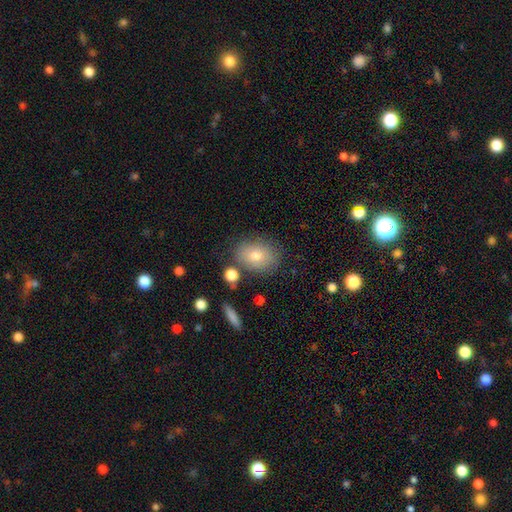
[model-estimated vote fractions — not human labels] The model was most divided on "how rounded": in between: 71%, round: 28%, cigar-shaped: 1%. More confident: merging — none (78%); smooth or featured — smooth (76%).